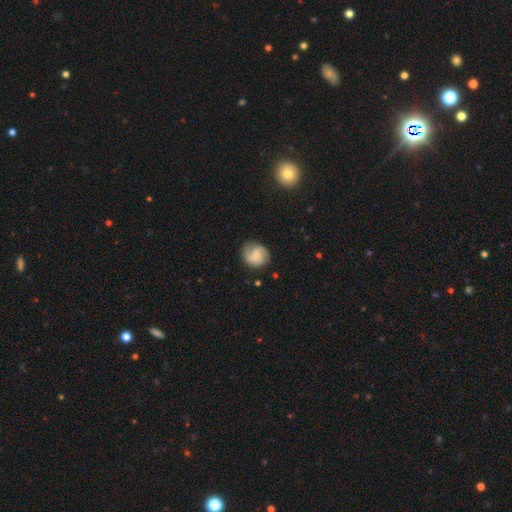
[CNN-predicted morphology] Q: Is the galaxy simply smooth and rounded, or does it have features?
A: featured or disk — 62%.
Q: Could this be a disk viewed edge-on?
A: no — 98%.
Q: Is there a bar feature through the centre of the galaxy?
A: no — 56%.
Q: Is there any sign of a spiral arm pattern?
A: yes — 94%.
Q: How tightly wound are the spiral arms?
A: medium — 45%.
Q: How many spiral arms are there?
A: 2 — 76%.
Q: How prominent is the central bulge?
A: small — 41%.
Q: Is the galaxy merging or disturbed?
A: none — 77%.